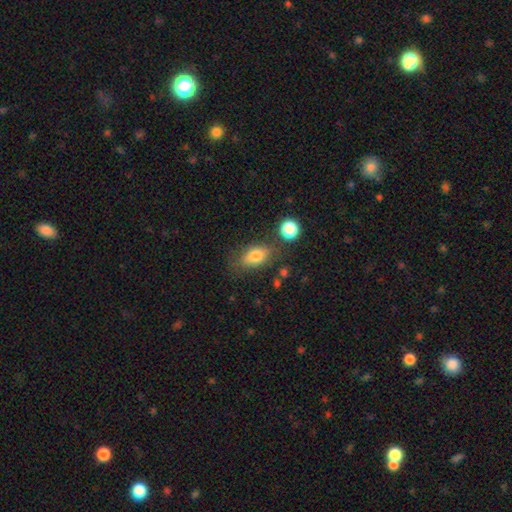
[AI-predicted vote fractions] A smooth galaxy with no disk features (77%) that is in between round and cigar-shaped (83%).

Vote fractions:
- Smooth or featured? smooth: 77% / featured or disk: 14% / star or artifact: 9%
- How rounded? in between: 83% / round: 12% / cigar-shaped: 5%
- Merging? none: 67% / minor disturbance: 19% / major disturbance: 7% / merger: 6%